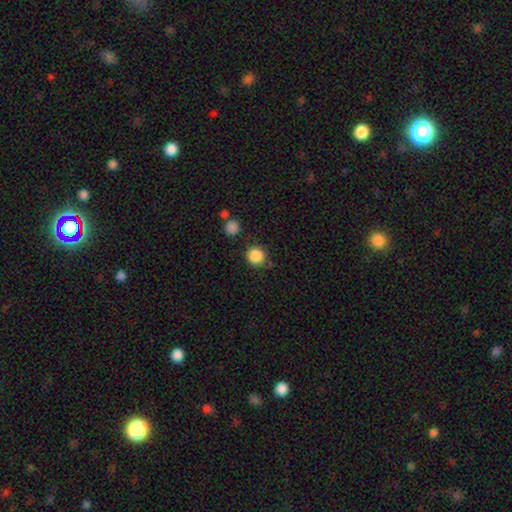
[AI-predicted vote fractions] smooth_or_featured: smooth (p=0.87) [alt: star or artifact p=0.10]
how_rounded: round (p=0.94) [alt: in between p=0.05]
merging: none (p=0.85) [alt: minor disturbance p=0.08]